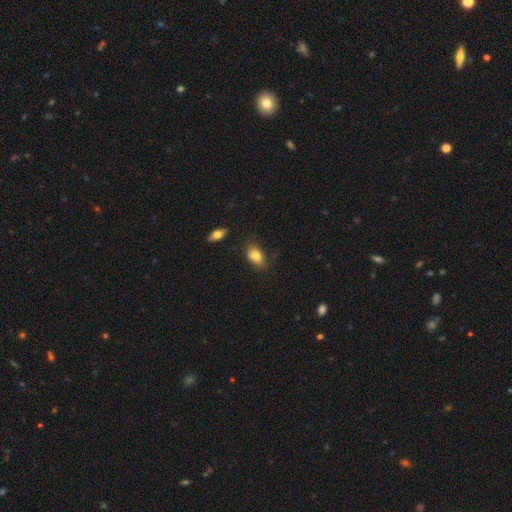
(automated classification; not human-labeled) A smooth galaxy with no disk features (80%) that is in between round and cigar-shaped (84%).

Vote fractions:
- Smooth or featured? smooth: 80% / featured or disk: 12% / star or artifact: 9%
- How rounded? in between: 84% / round: 13% / cigar-shaped: 2%
- Merging? none: 66% / minor disturbance: 24% / major disturbance: 6% / merger: 5%